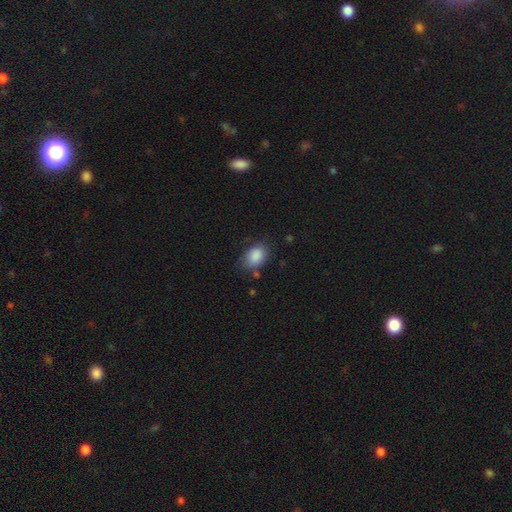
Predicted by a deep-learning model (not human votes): Overall: smooth (87%). How rounded: in between (76%). Merging: none (68%).